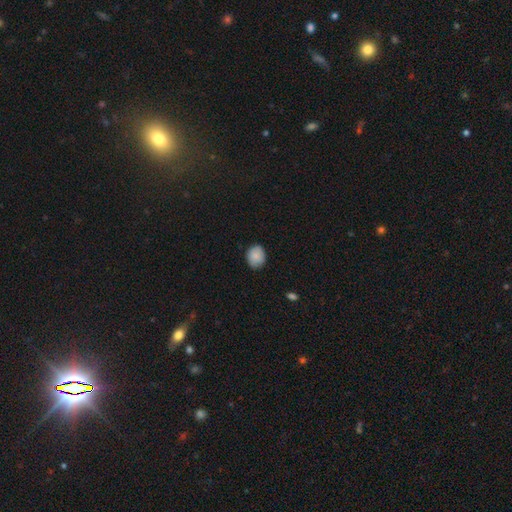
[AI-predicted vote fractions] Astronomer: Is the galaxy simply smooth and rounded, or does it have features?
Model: smooth — 86%.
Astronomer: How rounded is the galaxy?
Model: round — 56% (runner-up: in between, 43%).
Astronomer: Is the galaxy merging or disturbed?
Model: none — 79%.